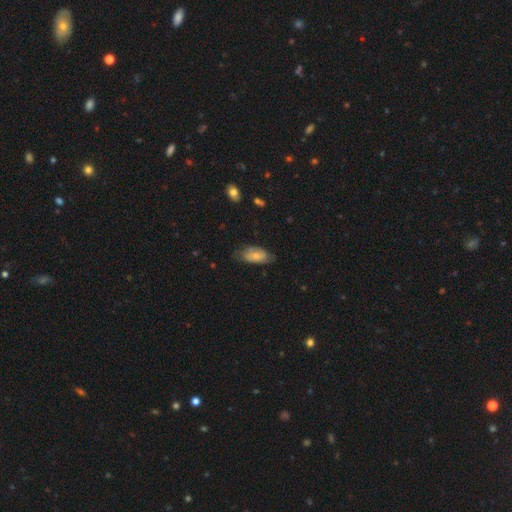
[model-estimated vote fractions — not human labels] This is likely a smooth galaxy (61%). How rounded: clearly in between (91%). Merging: likely none (61%).